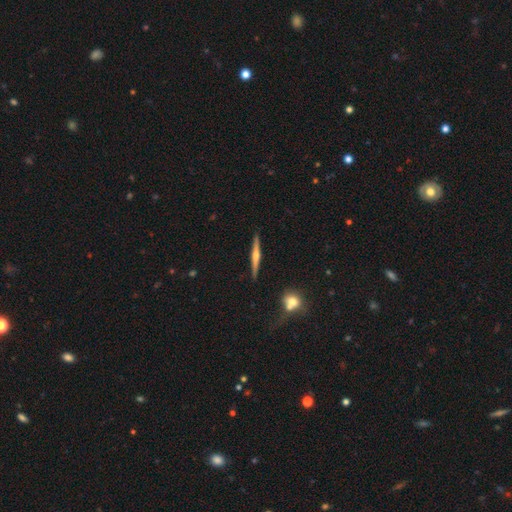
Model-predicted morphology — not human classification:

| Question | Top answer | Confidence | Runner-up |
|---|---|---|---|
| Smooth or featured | featured or disk | 68% | smooth (25%) |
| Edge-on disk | yes | 98% | no (2%) |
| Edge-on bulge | rounded | 80% | none (11%) |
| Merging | none | 90% | minor disturbance (7%) |